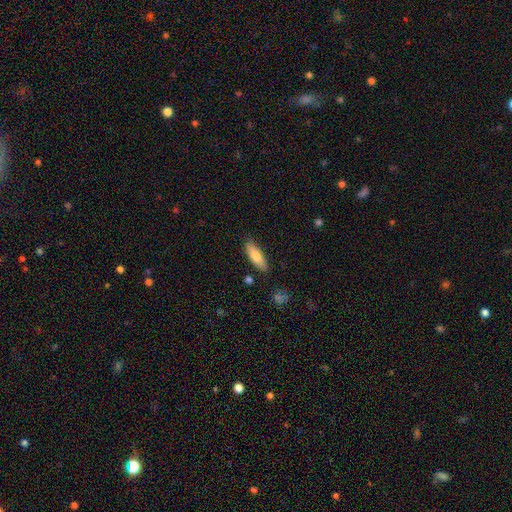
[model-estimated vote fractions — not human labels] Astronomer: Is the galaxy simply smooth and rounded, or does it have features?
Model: smooth — 78%.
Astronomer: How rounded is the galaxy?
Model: in between — 54% (runner-up: cigar-shaped, 44%).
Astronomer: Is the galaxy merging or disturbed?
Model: none — 85%.